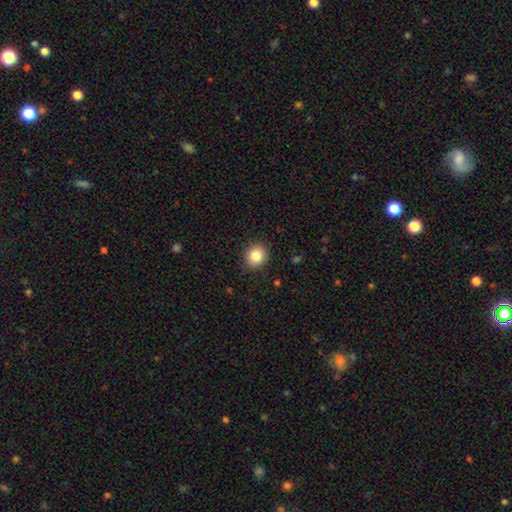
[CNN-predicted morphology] A smooth galaxy with no disk features (85%) that is round (81%). Merging: none (90%).